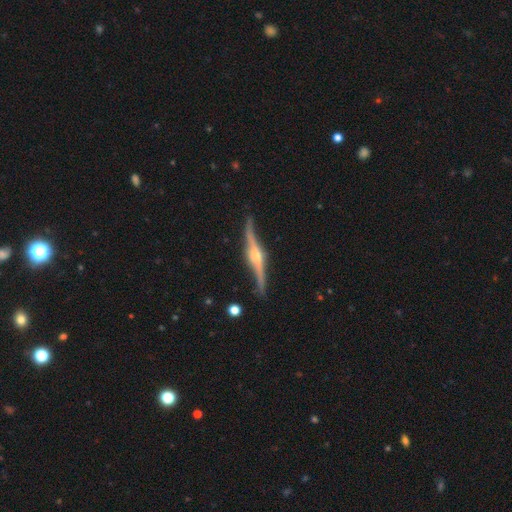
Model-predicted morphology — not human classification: The model was most divided on "merging": none: 83%, minor disturbance: 12%, major disturbance: 3%, merger: 2%. More confident: edge-on disk — yes (95%); edge-on bulge — rounded (91%); smooth or featured — featured or disk (88%).